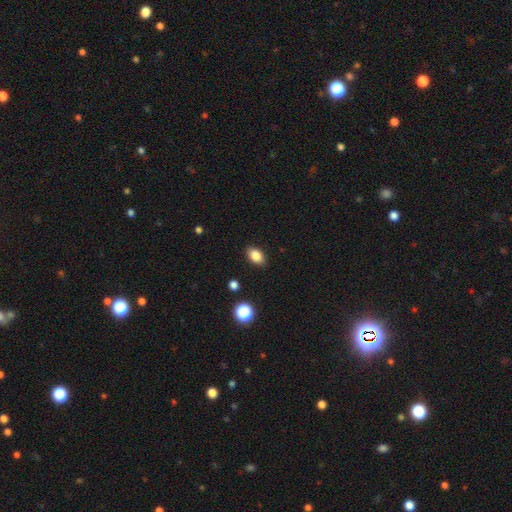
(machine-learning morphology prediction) smooth-or-featured: smooth: 84% | star or artifact: 10% | featured or disk: 6%
  how-rounded: in between: 86% | round: 12% | cigar-shaped: 2%
  merging: none: 89% | minor disturbance: 8% | major disturbance: 2% | merger: 1%